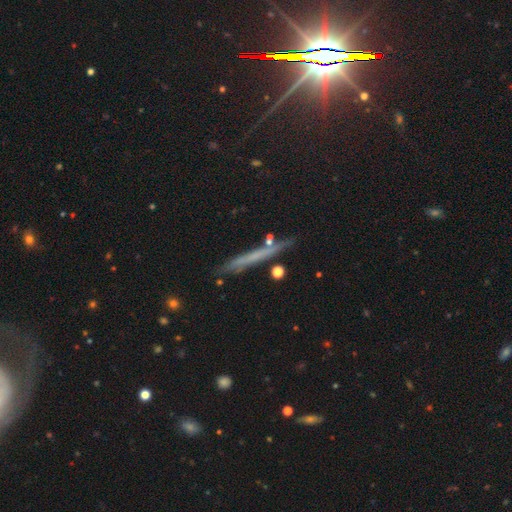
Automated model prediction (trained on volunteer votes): The model was most divided on "smooth or featured" (2-way tie): featured or disk: 44%, smooth: 44%, star or artifact: 13%. More confident: merging — none (79%).